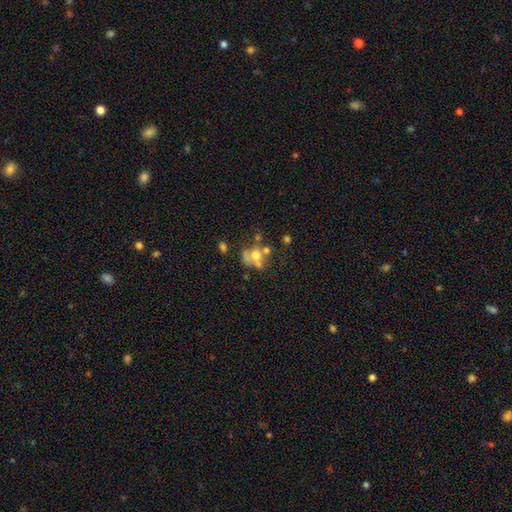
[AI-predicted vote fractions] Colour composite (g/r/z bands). It shows a smooth galaxy with no disk features (47%). Merging: merger (40%).